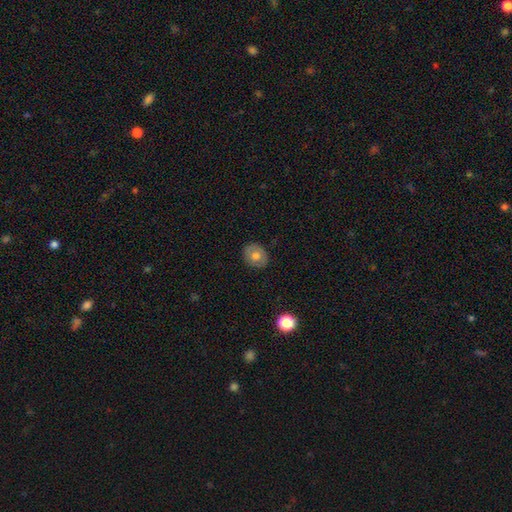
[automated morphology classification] smooth_or_featured: smooth (p=0.67) [alt: featured or disk p=0.25]
how_rounded: round (p=0.62) [alt: in between p=0.37]
merging: none (p=0.85) [alt: minor disturbance p=0.11]